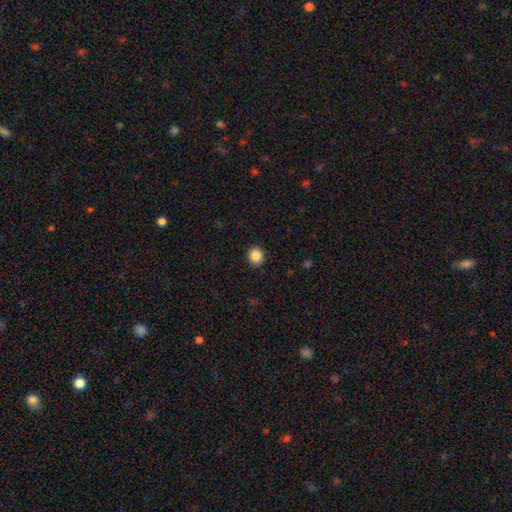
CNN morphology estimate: Smooth or featured? smooth (87%)
How rounded? round (89%)
Merging? none (92%)